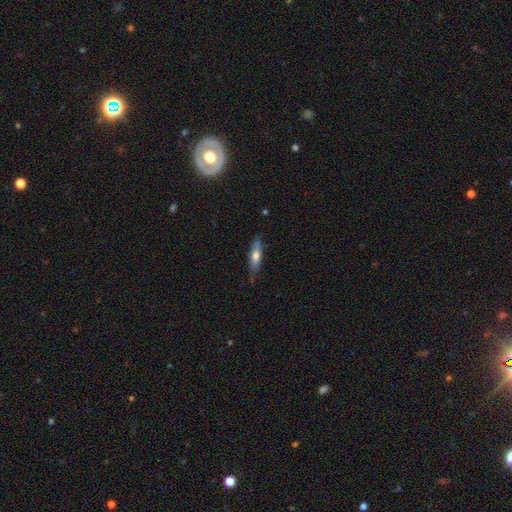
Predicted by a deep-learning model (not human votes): smooth-or-featured: smooth: 59% | featured or disk: 35% | star or artifact: 6%
  how-rounded: cigar-shaped: 64% | in between: 34% | round: 2%
  merging: none: 74% | minor disturbance: 20% | major disturbance: 4% | merger: 2%